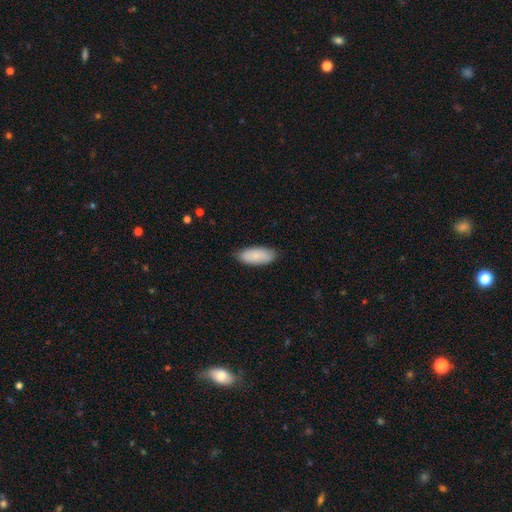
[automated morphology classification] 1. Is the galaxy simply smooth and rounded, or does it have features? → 85% smooth, 9% featured or disk, 6% star or artifact.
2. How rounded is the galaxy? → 86% in between, 12% cigar-shaped, 2% round.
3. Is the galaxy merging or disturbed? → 83% none, 14% minor disturbance, 2% major disturbance, 1% merger.